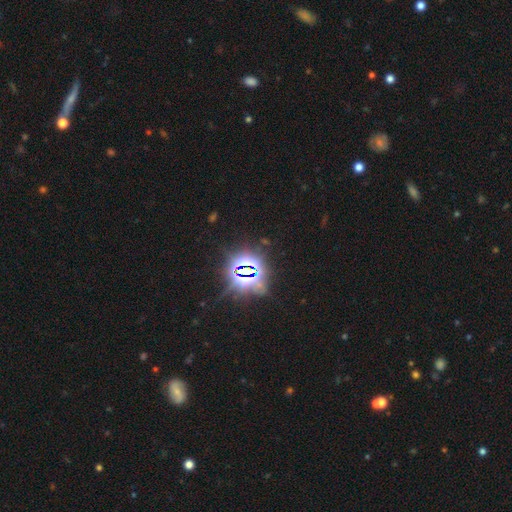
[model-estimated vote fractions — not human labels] Morphology: type=star or artifact (83%).